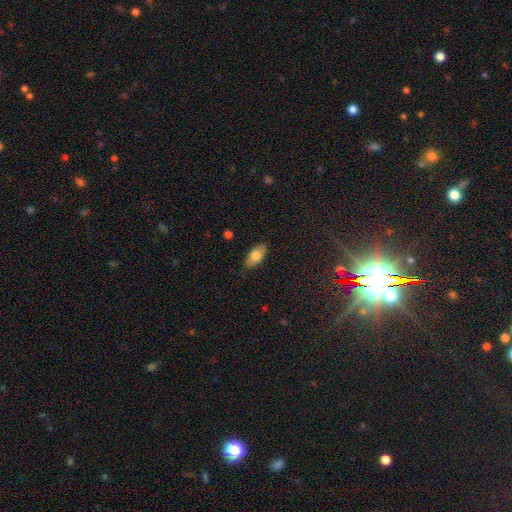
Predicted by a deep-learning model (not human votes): A smooth galaxy with no disk features (76%) that is in between round and cigar-shaped (90%).

Vote fractions:
- Smooth or featured? smooth: 76% / featured or disk: 17% / star or artifact: 7%
- How rounded? in between: 90% / cigar-shaped: 8% / round: 3%
- Merging? none: 84% / minor disturbance: 13% / major disturbance: 2% / merger: 1%